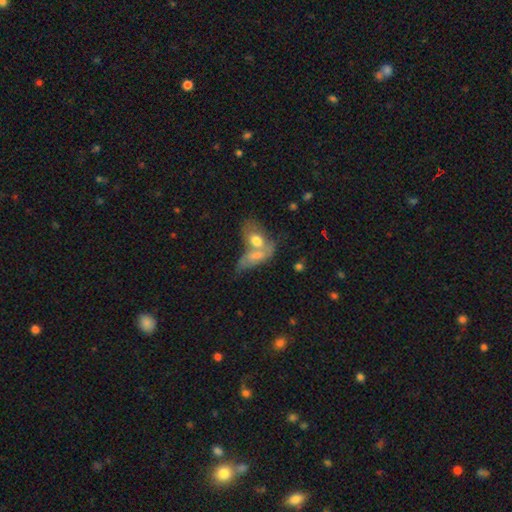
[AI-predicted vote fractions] Smooth or featured? smooth (62%)
How rounded? in between (80%)
Merging? merger (62%)